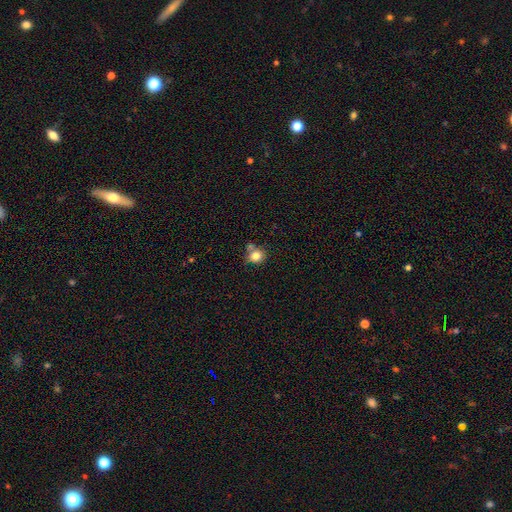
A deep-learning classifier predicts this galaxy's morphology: A smooth galaxy with no disk features (81%) that is round (80%).

Vote fractions:
- Smooth or featured? smooth: 81% / star or artifact: 11% / featured or disk: 8%
- How rounded? round: 80% / in between: 19% / cigar-shaped: 1%
- Merging? none: 61% / merger: 17% / minor disturbance: 17% / major disturbance: 5%